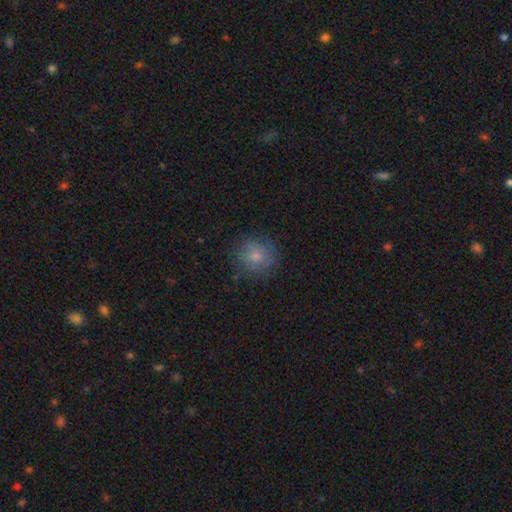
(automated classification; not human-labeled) This appears to be a smooth galaxy with no disk features (77%) that is round (89%). Merging: none (80%).